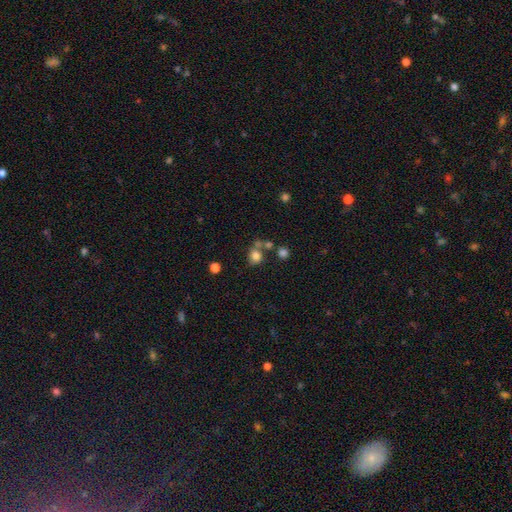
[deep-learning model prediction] The model was most divided on "merging": none: 56%, merger: 23%, minor disturbance: 14%, major disturbance: 7%. More confident: smooth or featured — smooth (78%); how rounded — round (76%).